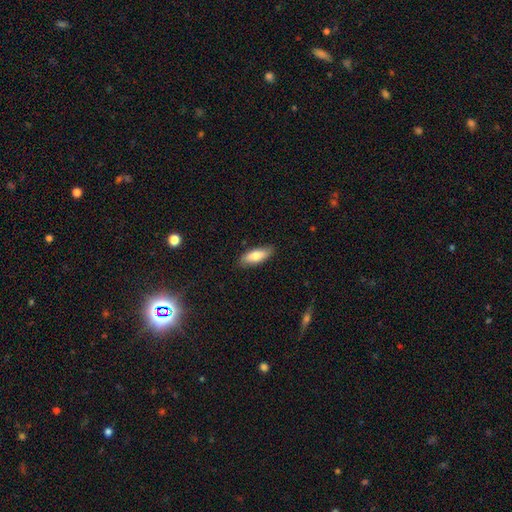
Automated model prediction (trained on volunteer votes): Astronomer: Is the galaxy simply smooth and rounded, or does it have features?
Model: smooth — 74%.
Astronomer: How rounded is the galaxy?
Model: in between — 72%.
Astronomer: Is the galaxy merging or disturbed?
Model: none — 84%.